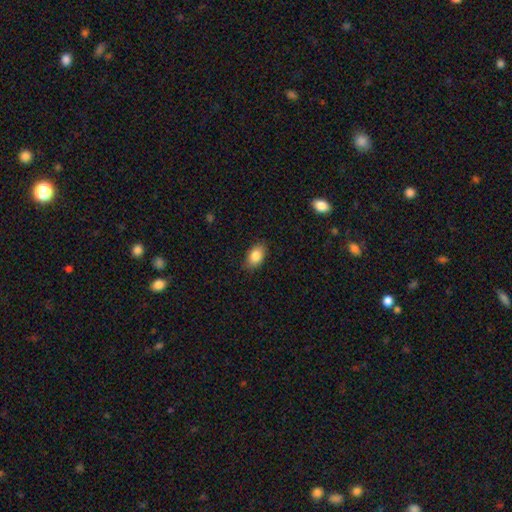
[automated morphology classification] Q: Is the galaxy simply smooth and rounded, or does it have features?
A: smooth — 85%.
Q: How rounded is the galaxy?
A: in between — 90%.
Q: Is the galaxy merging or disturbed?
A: none — 86%.